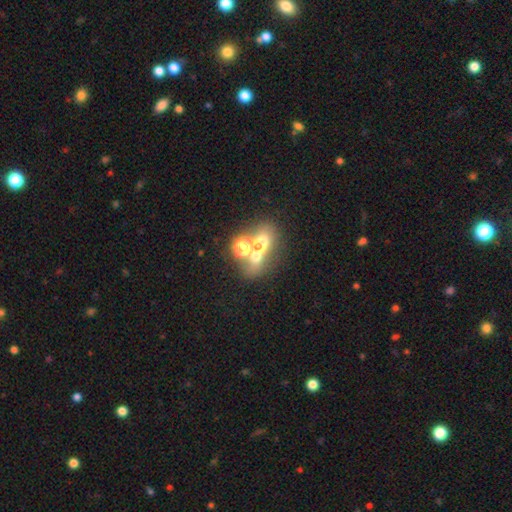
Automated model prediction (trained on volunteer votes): A smooth galaxy with no disk features (47%). Merging: merger (48%).